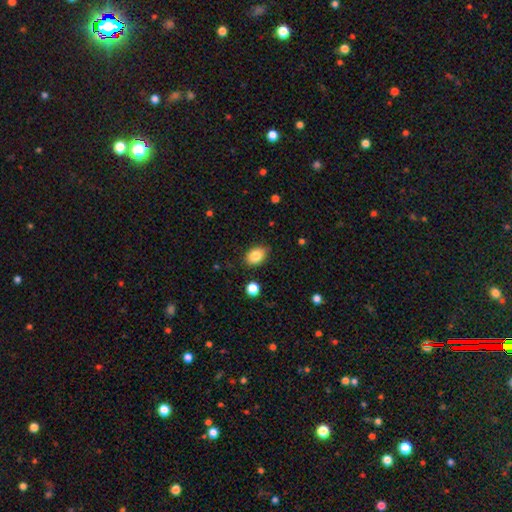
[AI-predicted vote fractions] Q: Smooth or featured?
A: smooth (84%); runner-up: star or artifact (9%)
Q: How rounded?
A: in between (76%); runner-up: round (22%)
Q: Merging?
A: none (83%); runner-up: minor disturbance (13%)